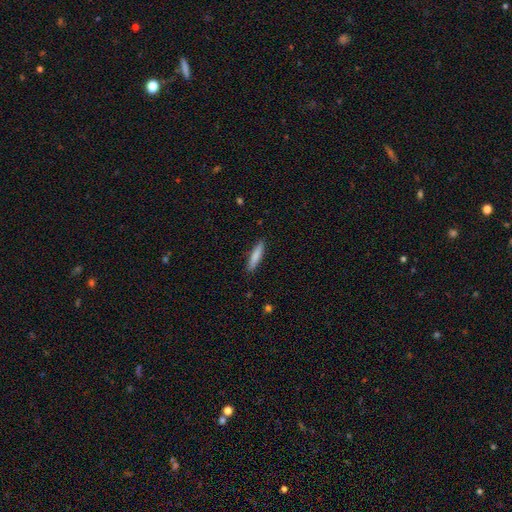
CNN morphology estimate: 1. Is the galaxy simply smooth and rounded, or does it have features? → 80% smooth, 14% featured or disk, 6% star or artifact.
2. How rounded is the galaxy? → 88% cigar-shaped, 11% in between, 1% round.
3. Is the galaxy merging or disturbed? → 89% none, 8% minor disturbance, 2% major disturbance, 1% merger.